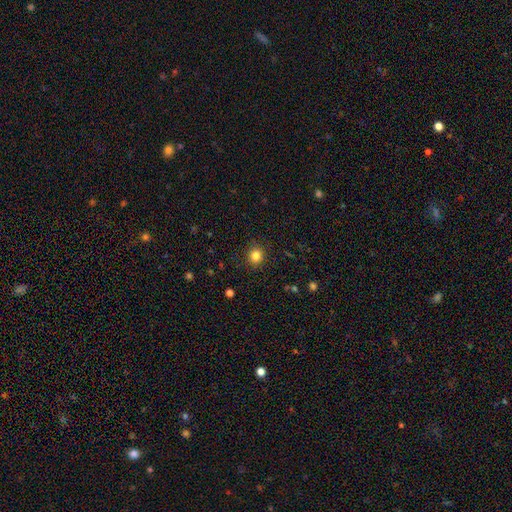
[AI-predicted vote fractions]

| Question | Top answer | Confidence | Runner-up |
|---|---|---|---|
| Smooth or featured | smooth | 83% | star or artifact (12%) |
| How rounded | round | 84% | in between (15%) |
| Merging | none | 88% | minor disturbance (8%) |